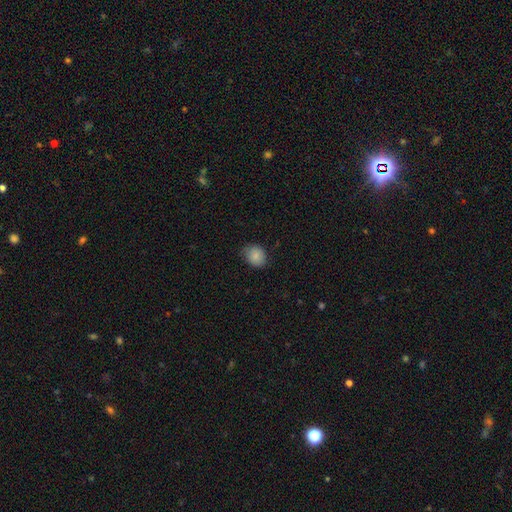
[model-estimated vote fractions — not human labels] A smooth galaxy with no disk features (86%) that is round (50%). Merging: none (72%).